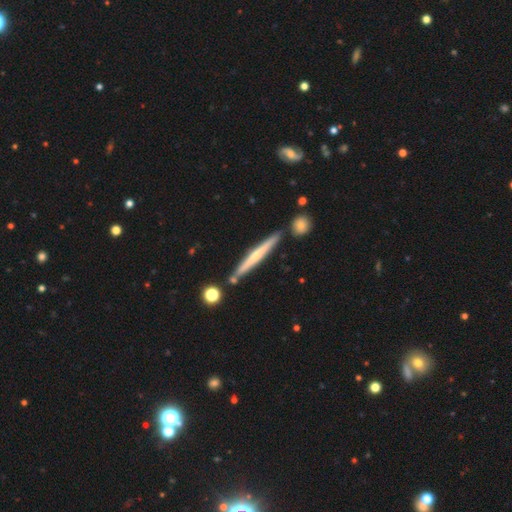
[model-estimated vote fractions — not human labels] featured or disk 56%, smooth 39%, star or artifact 6%. Down the decision tree: edge-on disk — yes (96%); edge-on bulge — rounded (48%); merging — none (83%).